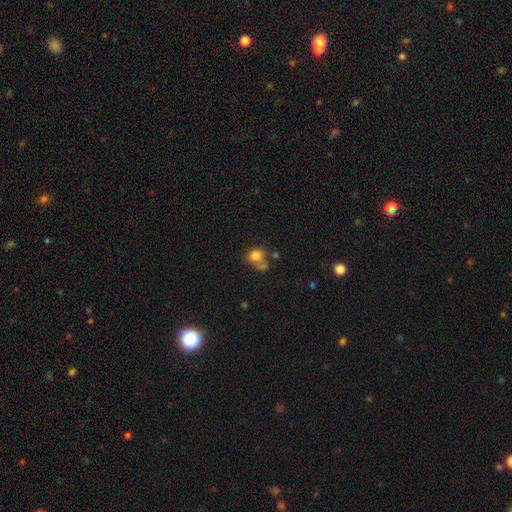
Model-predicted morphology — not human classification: smooth_or_featured: smooth (p=0.77) [alt: star or artifact p=0.12]
how_rounded: round (p=0.67) [alt: in between p=0.32]
merging: none (p=0.43) [alt: merger p=0.32]